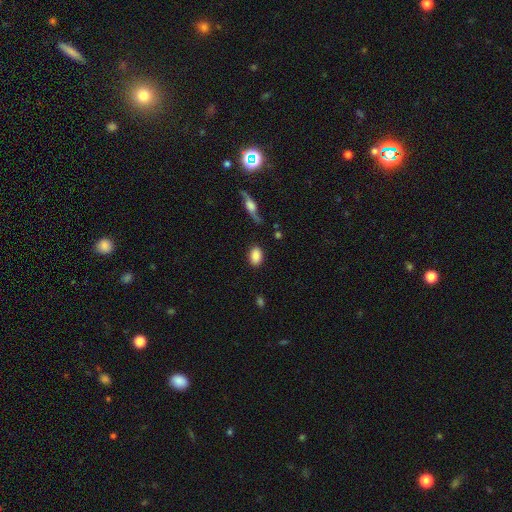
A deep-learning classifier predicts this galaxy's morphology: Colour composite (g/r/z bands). It shows a smooth galaxy with no disk features (86%) that is in between round and cigar-shaped (86%). Merging: none (84%).